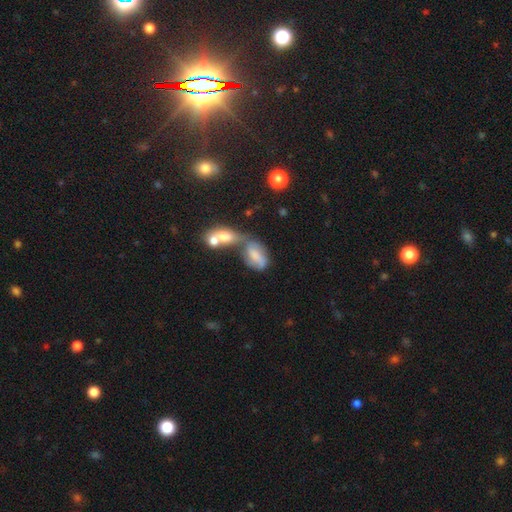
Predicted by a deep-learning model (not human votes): Q: Smooth or featured?
A: smooth (58%); runner-up: featured or disk (32%)
Q: How rounded?
A: in between (85%); runner-up: cigar-shaped (8%)
Q: Merging?
A: merger (53%); runner-up: none (20%)